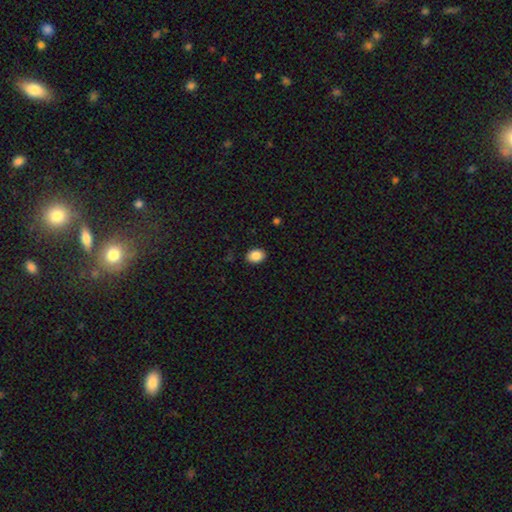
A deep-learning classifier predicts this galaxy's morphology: Smooth or featured?
  - smooth: 88% *
  - star or artifact: 8%
  - featured or disk: 4%
How rounded?
  - in between: 68% *
  - round: 31%
  - cigar-shaped: 1%
Merging?
  - none: 89% *
  - minor disturbance: 8%
  - major disturbance: 2%
  - merger: 1%